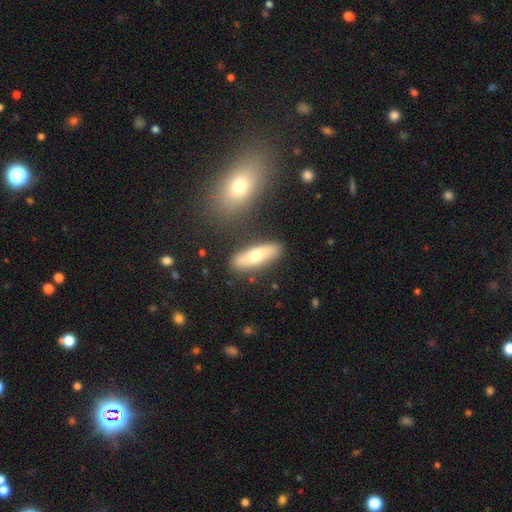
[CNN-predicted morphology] smooth 58%, featured or disk 36%, star or artifact 6%. Down the decision tree: how rounded — in between (51%); merging — none (83%).